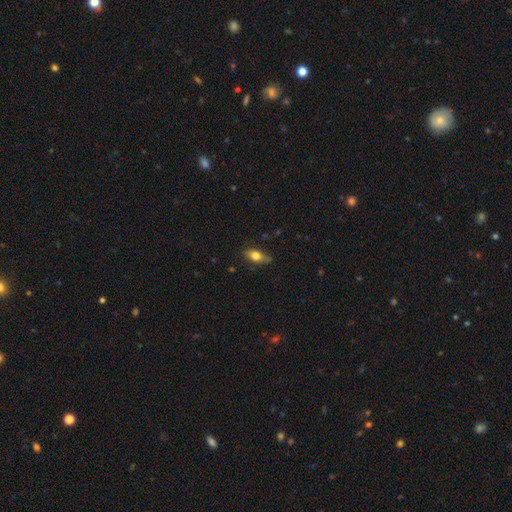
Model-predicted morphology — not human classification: smooth-or-featured: smooth: 74% | featured or disk: 18% | star or artifact: 7%
  how-rounded: in between: 82% | cigar-shaped: 13% | round: 5%
  merging: none: 76% | minor disturbance: 19% | major disturbance: 3% | merger: 1%